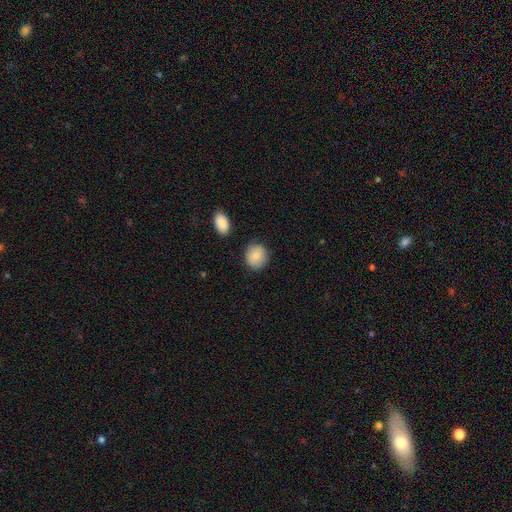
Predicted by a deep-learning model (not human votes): smooth 85%, featured or disk 8%, star or artifact 7%. Down the decision tree: how rounded — round (81%); merging — none (84%).